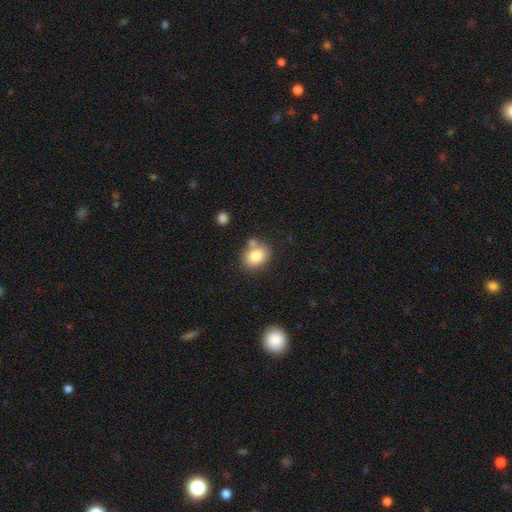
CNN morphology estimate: Smooth or featured? Predicted: smooth (p=0.81). How rounded? Predicted: in between (p=0.59). Merging? Predicted: none (p=0.67).